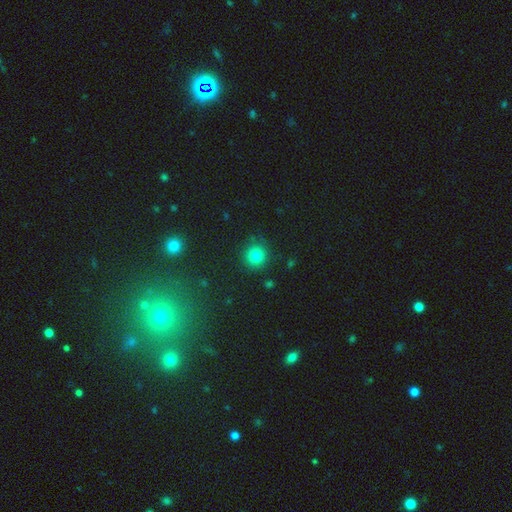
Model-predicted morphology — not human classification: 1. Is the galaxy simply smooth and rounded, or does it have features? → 80% smooth, 14% star or artifact, 6% featured or disk.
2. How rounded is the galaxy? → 92% round, 7% in between, 1% cigar-shaped.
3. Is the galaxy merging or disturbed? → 86% none, 9% minor disturbance, 3% major disturbance, 2% merger.